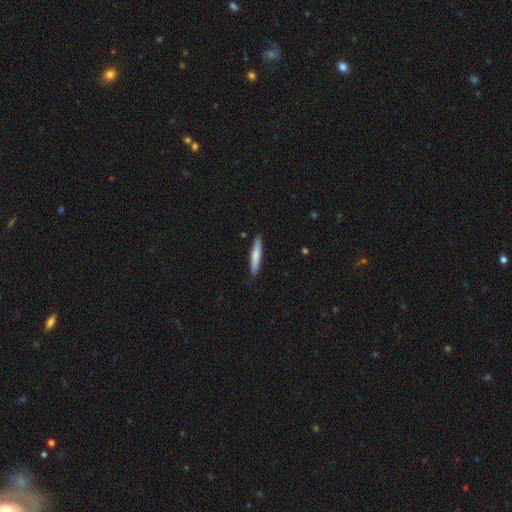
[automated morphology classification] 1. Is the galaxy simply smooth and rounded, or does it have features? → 71% smooth, 23% featured or disk, 5% star or artifact.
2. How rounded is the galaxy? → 91% cigar-shaped, 8% in between, 1% round.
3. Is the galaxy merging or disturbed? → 87% none, 10% minor disturbance, 2% major disturbance, 1% merger.